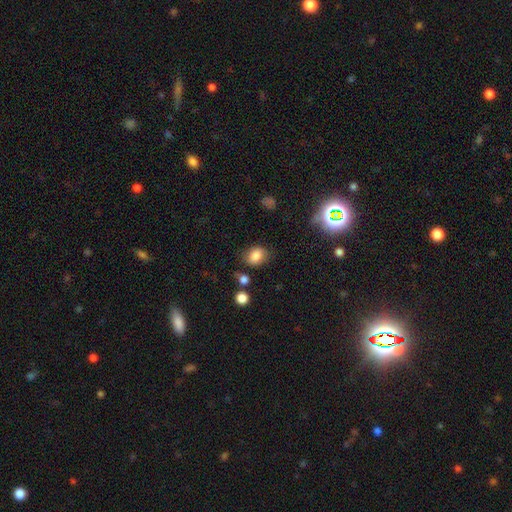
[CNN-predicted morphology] A smooth galaxy with no disk features (82%) that is in between round and cigar-shaped (59%).

Vote fractions:
- Smooth or featured? smooth: 82% / star or artifact: 11% / featured or disk: 7%
- How rounded? in between: 59% / round: 40% / cigar-shaped: 1%
- Merging? none: 74% / minor disturbance: 17% / major disturbance: 5% / merger: 4%